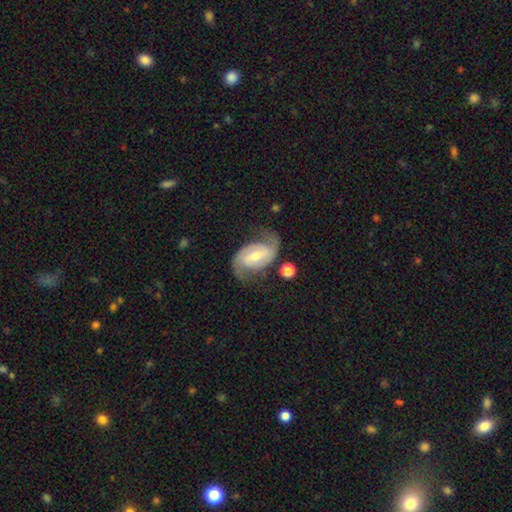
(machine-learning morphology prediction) smooth-or-featured: featured or disk: 83% | smooth: 11% | star or artifact: 6%
  disk-edge-on: no: 97% | yes: 3%
    bar: weak: 47% | no: 29% | strong: 24%
    has-spiral-arms: yes: 95% | no: 5%
      spiral-winding: medium: 47% | tight: 27% | loose: 26%
      spiral-arm-count: 2: 90% | can't tell: 5% | 1: 2% | 3: 1% | 4: 1% | more than 4: 1%
    bulge-size: moderate: 59% | small: 34% | large: 4% | none: 2% | dominant: 1%
  merging: none: 69% | minor disturbance: 18% | major disturbance: 10% | merger: 3%